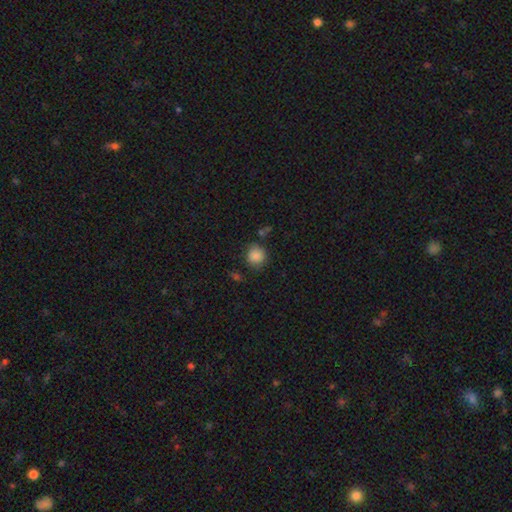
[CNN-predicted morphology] Overall: smooth (86%). How rounded: round (86%). Merging: none (73%).